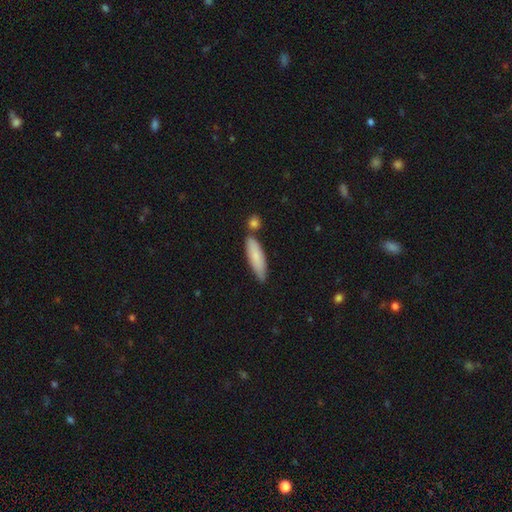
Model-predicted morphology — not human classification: smooth_or_featured: smooth (p=0.79) [alt: featured or disk p=0.15]
how_rounded: cigar-shaped (p=0.62) [alt: in between p=0.36]
merging: none (p=0.69) [alt: minor disturbance p=0.17]